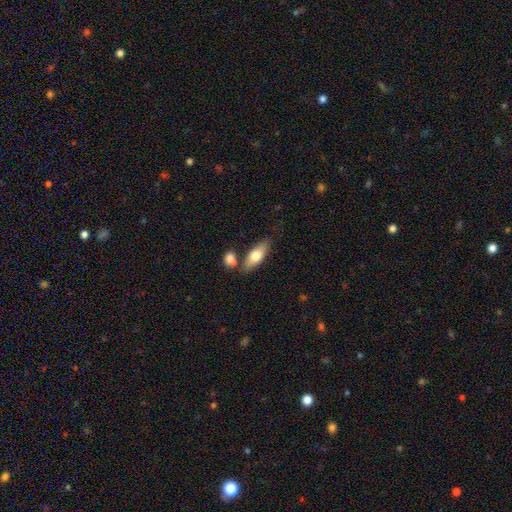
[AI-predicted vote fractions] smooth_or_featured: smooth (p=0.69) [alt: featured or disk p=0.25]
how_rounded: in between (p=0.70) [alt: cigar-shaped p=0.27]
merging: none (p=0.66) [alt: merger p=0.17]